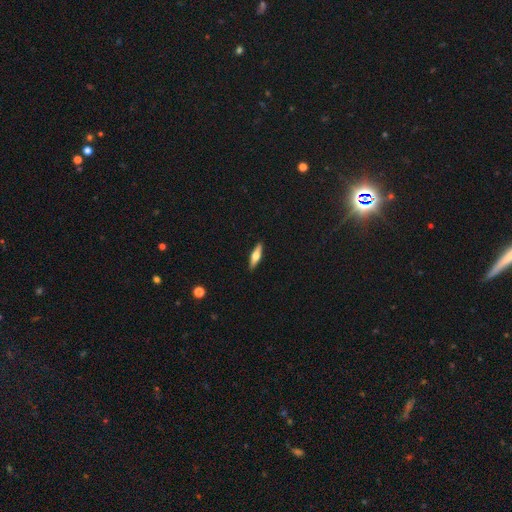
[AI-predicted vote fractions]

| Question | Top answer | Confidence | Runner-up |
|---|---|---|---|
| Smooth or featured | smooth | 52% | featured or disk (42%) |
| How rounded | cigar-shaped | 62% | in between (36%) |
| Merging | none | 90% | minor disturbance (7%) |